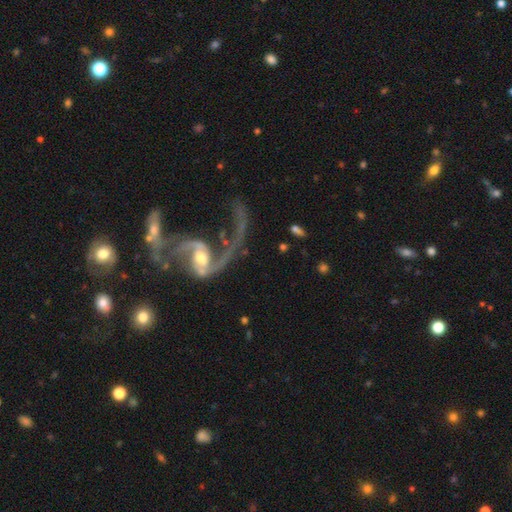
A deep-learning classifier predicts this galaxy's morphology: This appears to be a featured or disk galaxy (84%) with no bar (41%), 2 (59%) loose (67%) spiral arms (88%) and a moderate central bulge (56%). Merging: major disturbance (38%).